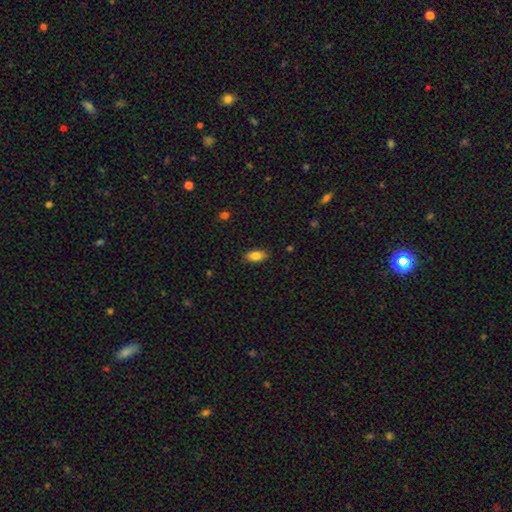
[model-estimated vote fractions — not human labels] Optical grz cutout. It shows a smooth galaxy with no disk features (84%) that is in between round and cigar-shaped (88%). Merging: none (87%).